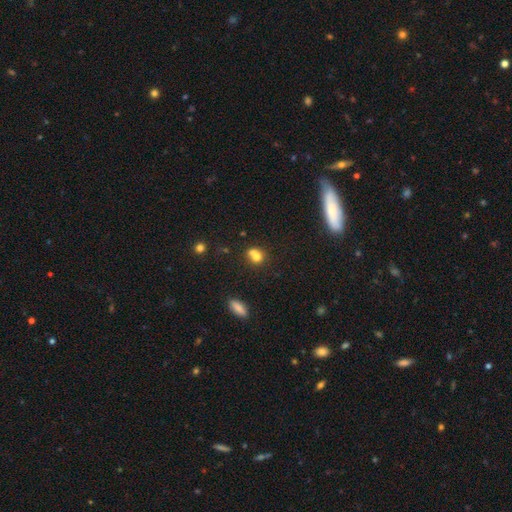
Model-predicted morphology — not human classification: This is likely a smooth galaxy (70%). How rounded: likely round (68%). Merging: possibly merger (57%).